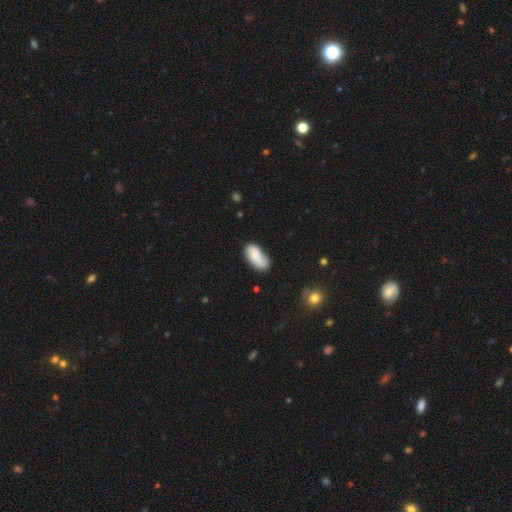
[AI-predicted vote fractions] This is likely a smooth galaxy (74%). How rounded: clearly in between (91%). Merging: possibly none (59%).